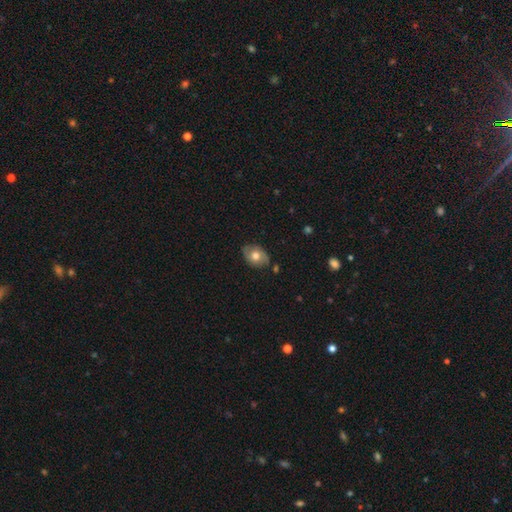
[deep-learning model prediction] smooth_or_featured: smooth (p=0.61) [alt: featured or disk p=0.32]
how_rounded: in between (p=0.73) [alt: round p=0.26]
merging: none (p=0.75) [alt: minor disturbance p=0.19]